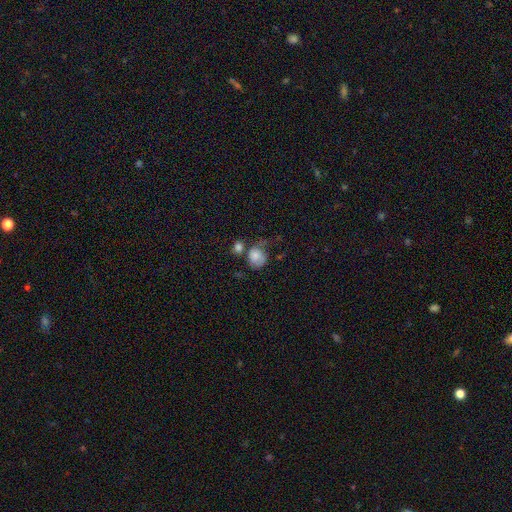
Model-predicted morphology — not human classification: This appears to be a smooth galaxy with no disk features (75%) that is round (65%). Merging: none (30%).